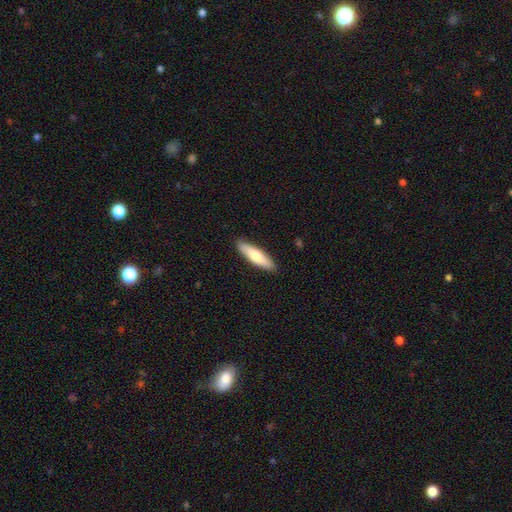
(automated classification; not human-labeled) This appears to be a smooth galaxy with no disk features (70%) that is cigar-shaped (70%). Merging: none (90%).